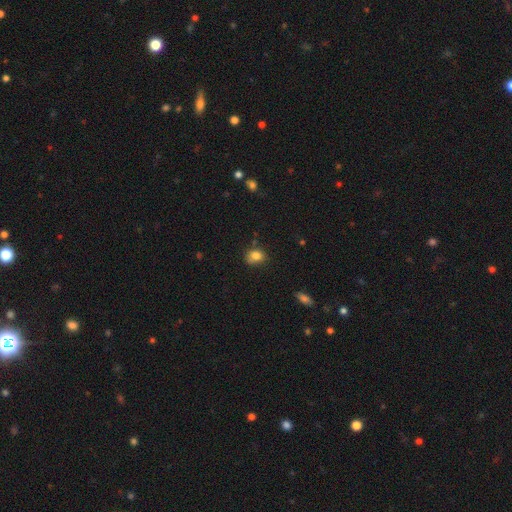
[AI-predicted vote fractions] This appears to be a smooth galaxy with no disk features (82%) that is round (51%). Merging: none (67%).